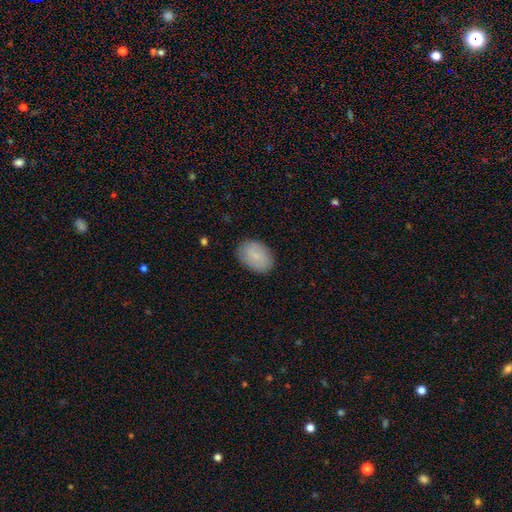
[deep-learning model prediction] Smooth or featured?
  - smooth: 82% *
  - featured or disk: 11%
  - star or artifact: 7%
How rounded?
  - in between: 88% *
  - round: 11%
  - cigar-shaped: 1%
Merging?
  - none: 86% *
  - minor disturbance: 11%
  - major disturbance: 3%
  - merger: 1%